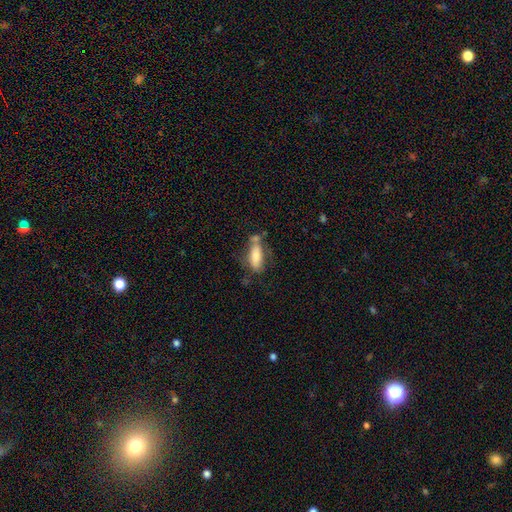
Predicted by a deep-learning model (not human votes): Smooth or featured?
  - smooth: 71% *
  - featured or disk: 22%
  - star or artifact: 7%
How rounded?
  - in between: 66% *
  - cigar-shaped: 31%
  - round: 2%
Merging?
  - none: 46% *
  - minor disturbance: 24%
  - merger: 19%
  - major disturbance: 12%